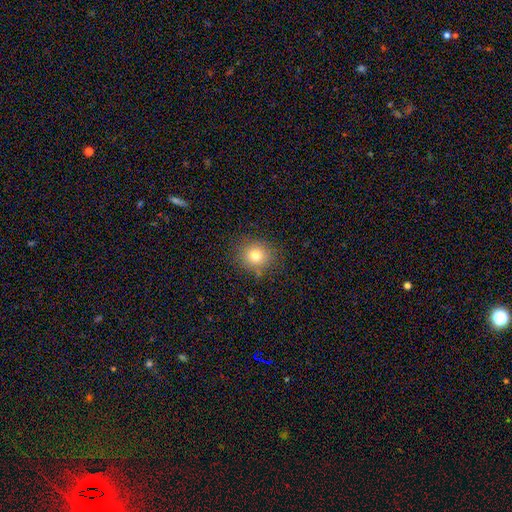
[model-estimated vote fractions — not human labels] Q: Smooth or featured?
A: smooth (77%); runner-up: star or artifact (13%)
Q: How rounded?
A: round (80%); runner-up: in between (20%)
Q: Merging?
A: none (85%); runner-up: minor disturbance (10%)